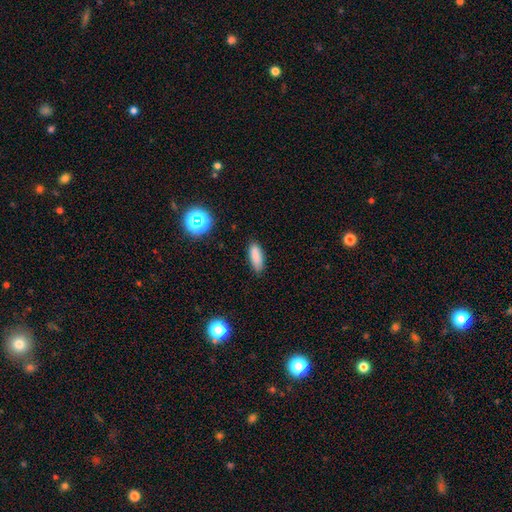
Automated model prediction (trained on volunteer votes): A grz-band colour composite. It shows a smooth galaxy with no disk features (85%) that is in between round and cigar-shaped (68%). Merging: none (85%).